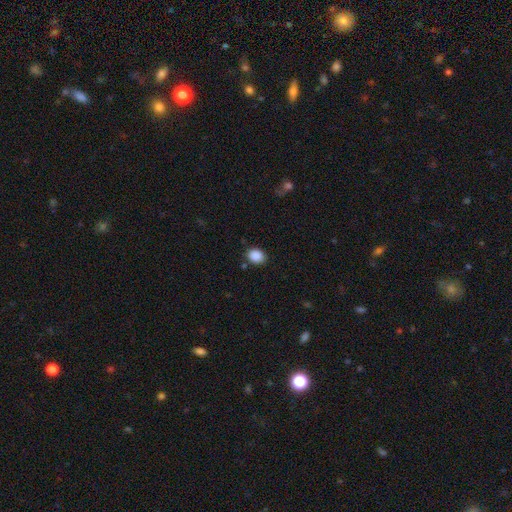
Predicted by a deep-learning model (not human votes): A smooth galaxy with no disk features (88%) that is round (57%).

Vote fractions:
- Smooth or featured? smooth: 88% / star or artifact: 9% / featured or disk: 3%
- How rounded? round: 57% / in between: 42% / cigar-shaped: 1%
- Merging? none: 84% / minor disturbance: 10% / major disturbance: 3% / merger: 3%